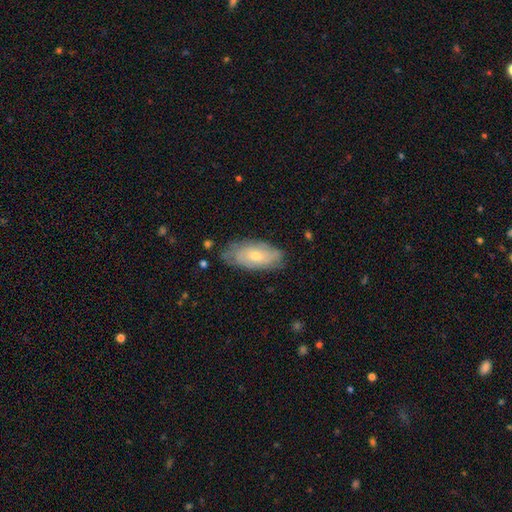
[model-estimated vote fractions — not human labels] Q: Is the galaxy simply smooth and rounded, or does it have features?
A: featured or disk — 51%.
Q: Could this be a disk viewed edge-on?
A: no — 87%.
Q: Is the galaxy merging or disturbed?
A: none — 73%.